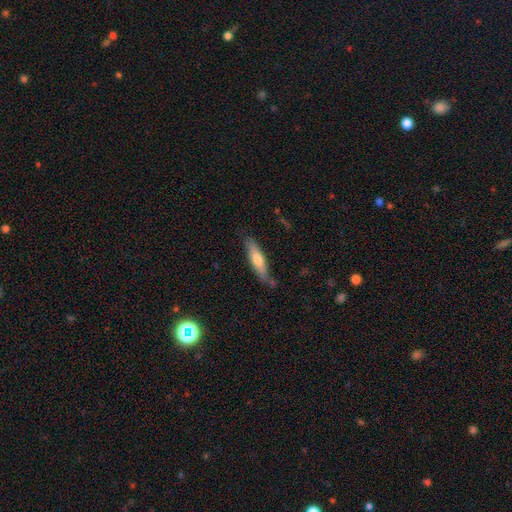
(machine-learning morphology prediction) Smooth or featured? Predicted: smooth (p=0.51). How rounded? Predicted: cigar-shaped (p=0.79). Merging? Predicted: none (p=0.76).